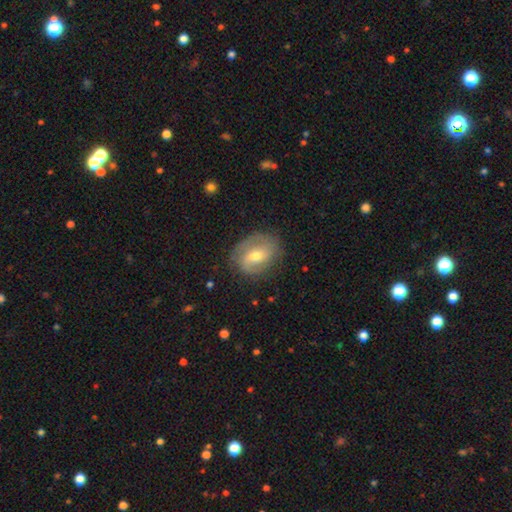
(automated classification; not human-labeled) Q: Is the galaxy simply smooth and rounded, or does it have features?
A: featured or disk — 66%.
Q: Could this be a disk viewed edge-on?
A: no — 96%.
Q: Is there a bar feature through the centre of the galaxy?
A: weak — 45%.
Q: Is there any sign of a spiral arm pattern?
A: yes — 82%.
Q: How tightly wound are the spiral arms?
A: medium — 41%.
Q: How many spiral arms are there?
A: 2 — 68%.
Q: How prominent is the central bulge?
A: moderate — 61%.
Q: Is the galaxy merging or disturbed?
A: none — 74%.